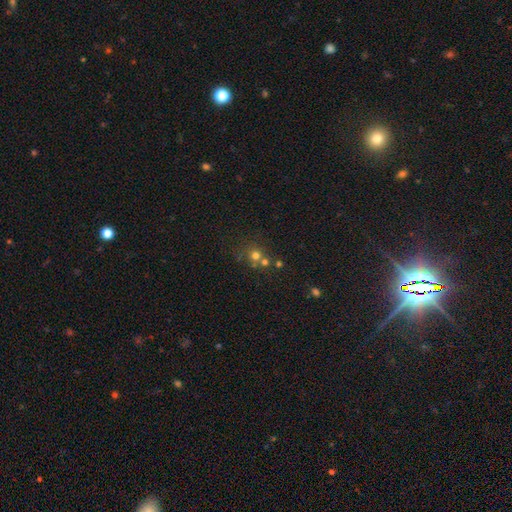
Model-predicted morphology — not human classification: type=smooth (64%); roundness=round (86%); merging=none (53%).